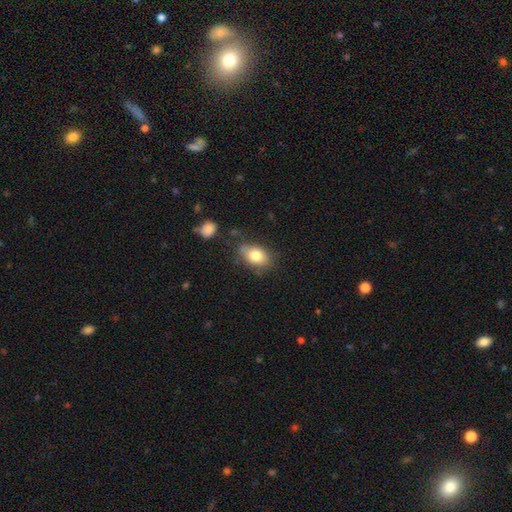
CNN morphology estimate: type=smooth (81%); roundness=in between (80%); merging=none (67%).